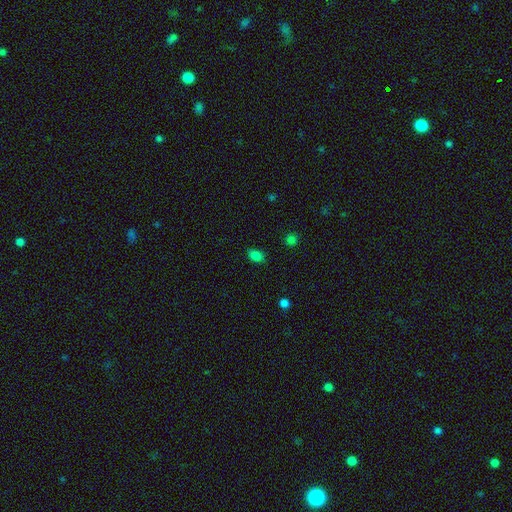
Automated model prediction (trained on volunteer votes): A smooth galaxy with no disk features (83%) that is in between round and cigar-shaped (80%).

Vote fractions:
- Smooth or featured? smooth: 83% / star or artifact: 13% / featured or disk: 4%
- How rounded? in between: 80% / round: 18% / cigar-shaped: 2%
- Merging? none: 85% / minor disturbance: 11% / major disturbance: 3% / merger: 1%